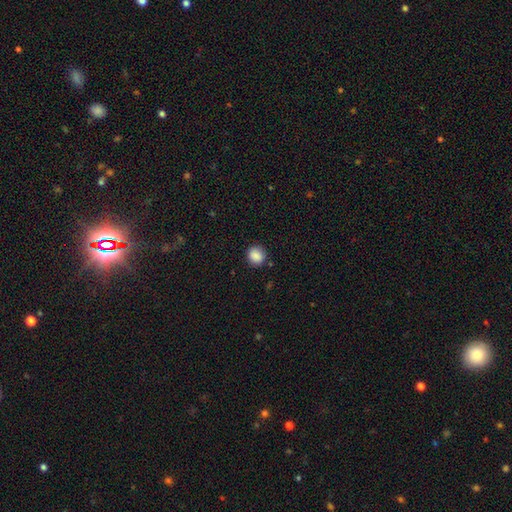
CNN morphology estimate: smooth-or-featured: smooth: 87% | star or artifact: 9% | featured or disk: 4%
  how-rounded: round: 81% | in between: 18% | cigar-shaped: 1%
  merging: none: 86% | minor disturbance: 10% | major disturbance: 3% | merger: 2%